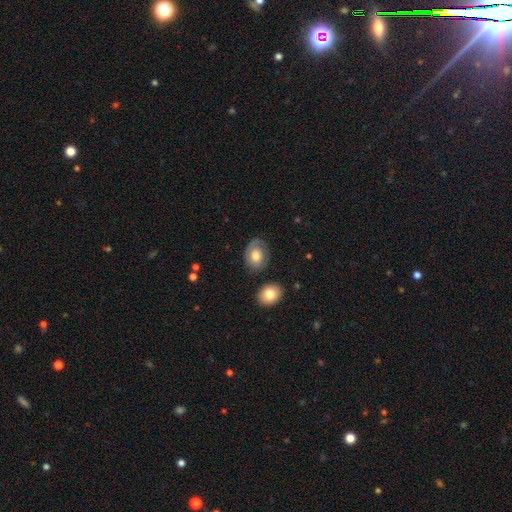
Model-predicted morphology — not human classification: Overall: smooth (64%; featured or disk 29%). How rounded: in between (65%; round 34%). Merging: none (68%).